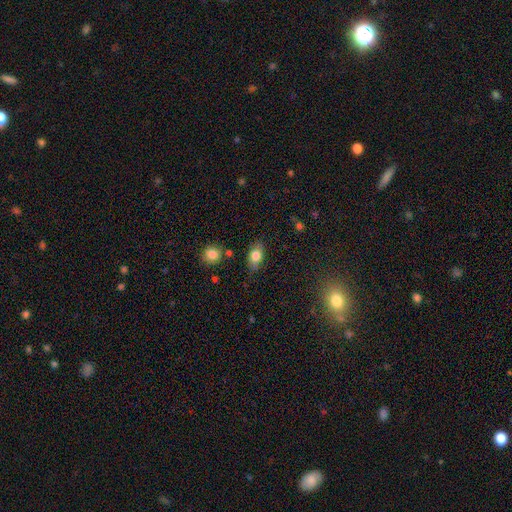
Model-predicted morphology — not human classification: type=smooth (78%); roundness=in between (87%); merging=none (80%).